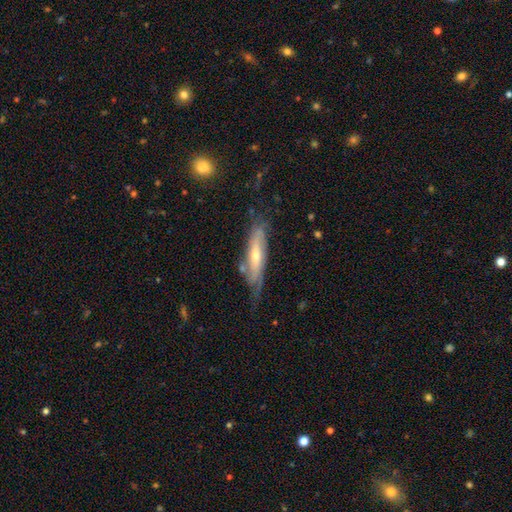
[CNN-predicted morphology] Smooth or featured? Predicted: featured or disk (p=0.66). Edge-on disk? Predicted: yes (p=0.51). Merging? Predicted: none (p=0.59).